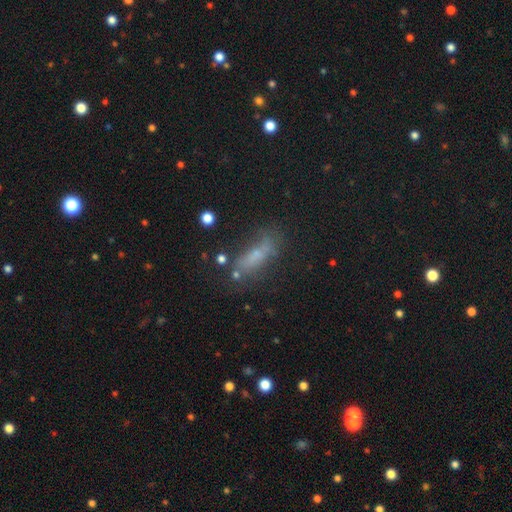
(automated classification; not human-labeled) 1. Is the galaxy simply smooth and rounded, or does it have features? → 57% smooth, 27% featured or disk, 16% star or artifact.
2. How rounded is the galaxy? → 48% cigar-shaped, 47% in between, 4% round.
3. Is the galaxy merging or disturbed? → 54% none, 23% minor disturbance, 15% major disturbance, 8% merger.